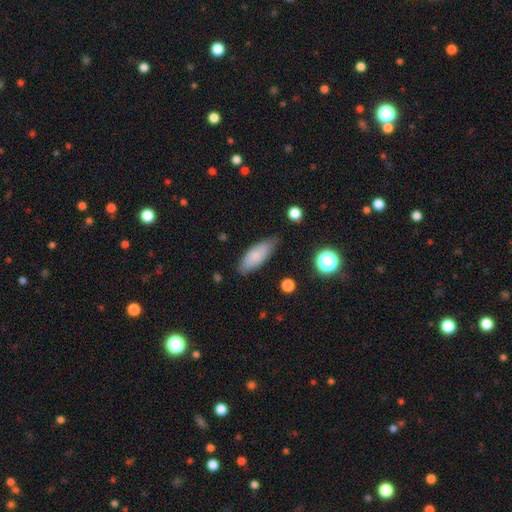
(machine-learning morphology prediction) This is likely a smooth galaxy (79%). How rounded: likely in between (74%). Merging: likely none (74%).